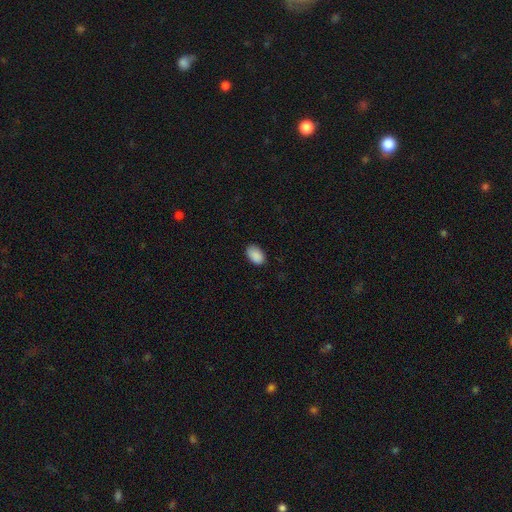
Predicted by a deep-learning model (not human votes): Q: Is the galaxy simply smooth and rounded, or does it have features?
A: smooth — 90%.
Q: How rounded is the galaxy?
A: in between — 90%.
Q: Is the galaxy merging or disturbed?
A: none — 83%.